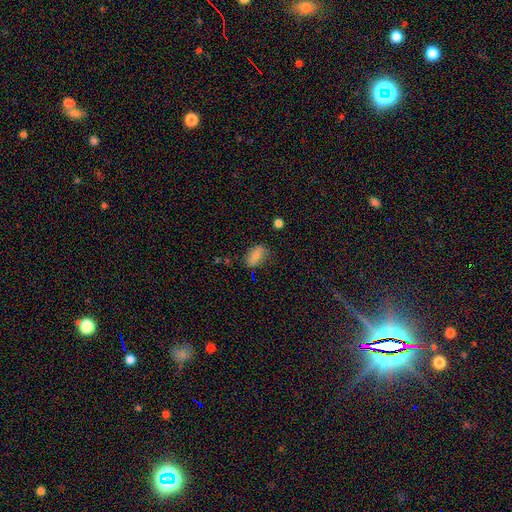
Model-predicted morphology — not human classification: Smooth or featured?
  - smooth: 80% *
  - featured or disk: 12%
  - star or artifact: 9%
How rounded?
  - in between: 89% *
  - round: 8%
  - cigar-shaped: 4%
Merging?
  - none: 70% *
  - minor disturbance: 22%
  - major disturbance: 6%
  - merger: 2%